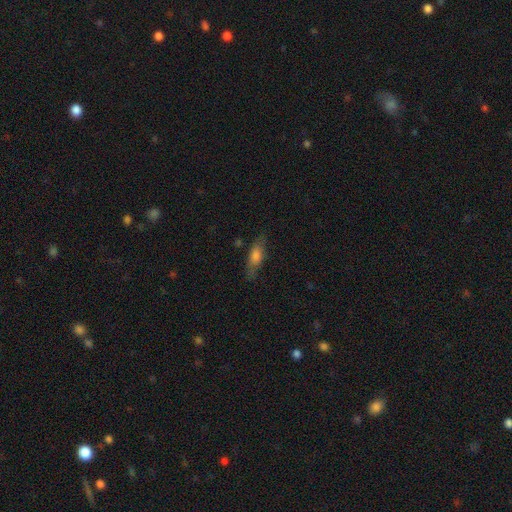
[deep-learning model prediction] Smooth or featured? smooth (65%)
How rounded? in between (51%)
Merging? none (73%)